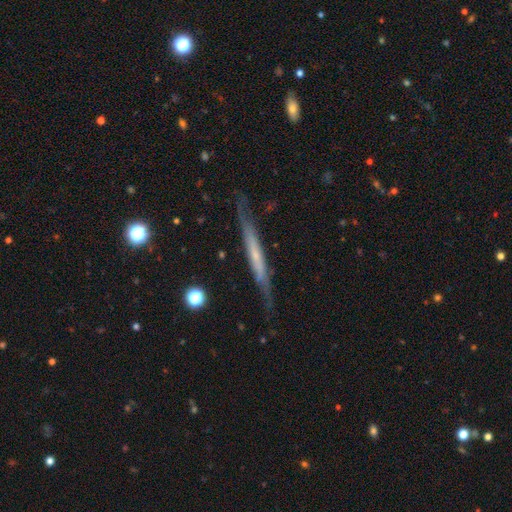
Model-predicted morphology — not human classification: type=featured or disk (65%); edge-on=yes (91%); edge-on bulge=none (73%); merging=none (79%).